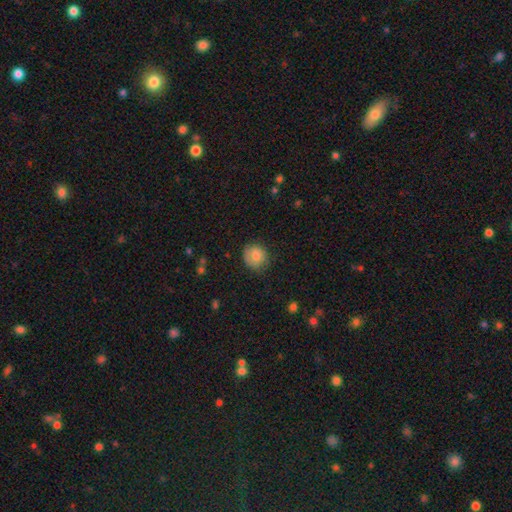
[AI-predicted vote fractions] Smooth or featured? Predicted: smooth (p=0.75). How rounded? Predicted: round (p=0.82). Merging? Predicted: none (p=0.73).